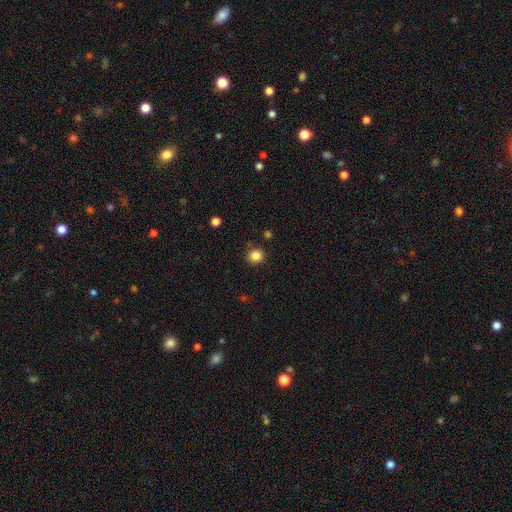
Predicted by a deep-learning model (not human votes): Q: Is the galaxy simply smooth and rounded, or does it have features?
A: smooth — 85%.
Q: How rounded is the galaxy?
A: round — 88%.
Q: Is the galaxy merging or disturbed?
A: none — 87%.